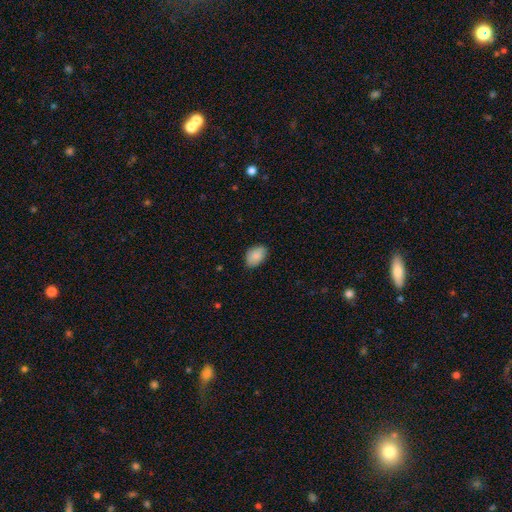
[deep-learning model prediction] smooth-or-featured: smooth: 88% | star or artifact: 6% | featured or disk: 6%
  how-rounded: in between: 88% | round: 11% | cigar-shaped: 1%
  merging: none: 83% | minor disturbance: 14% | major disturbance: 2% | merger: 1%